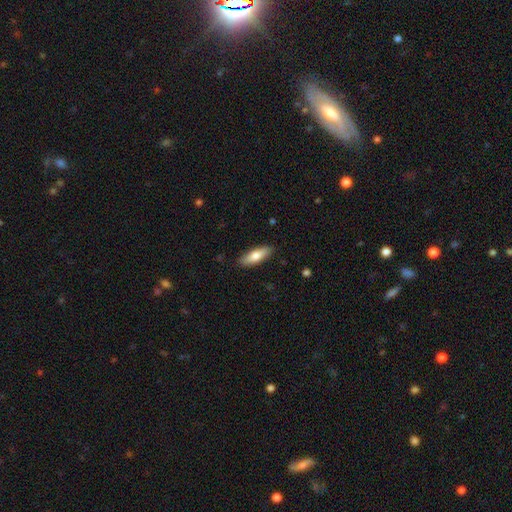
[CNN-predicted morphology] This is likely a smooth galaxy (73%). How rounded: possibly in between (55%). Merging: clearly none (88%).